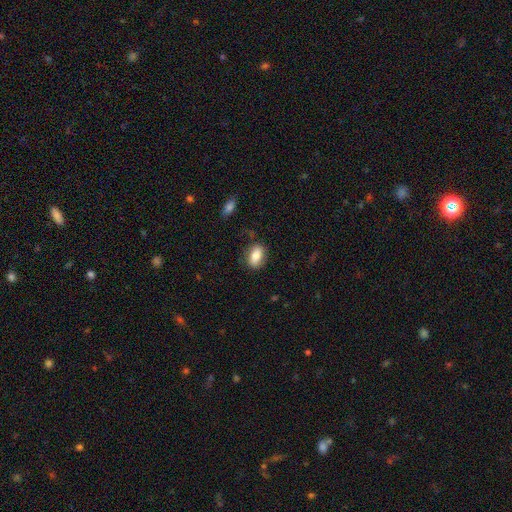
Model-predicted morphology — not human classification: Q: Smooth or featured?
A: smooth (81%); runner-up: featured or disk (12%)
Q: How rounded?
A: in between (86%); runner-up: round (10%)
Q: Merging?
A: none (79%); runner-up: minor disturbance (15%)